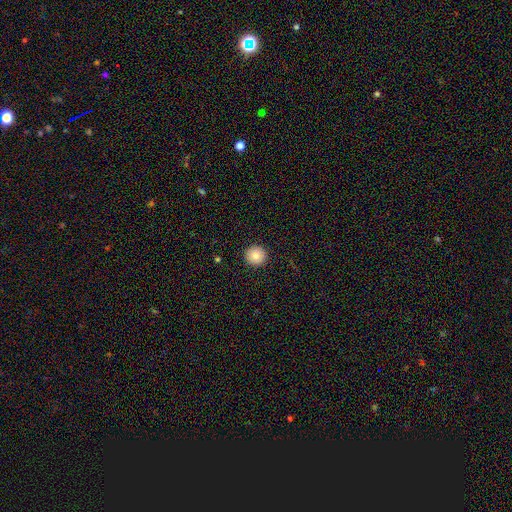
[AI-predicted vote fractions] Morphology: type=smooth (84%); roundness=round (95%); merging=none (93%).